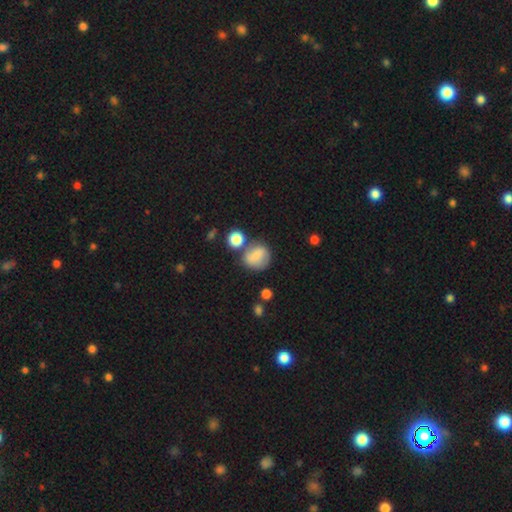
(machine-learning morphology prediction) Q: Smooth or featured?
A: smooth (69%); runner-up: featured or disk (21%)
Q: How rounded?
A: round (71%); runner-up: in between (27%)
Q: Merging?
A: none (58%); runner-up: minor disturbance (19%)